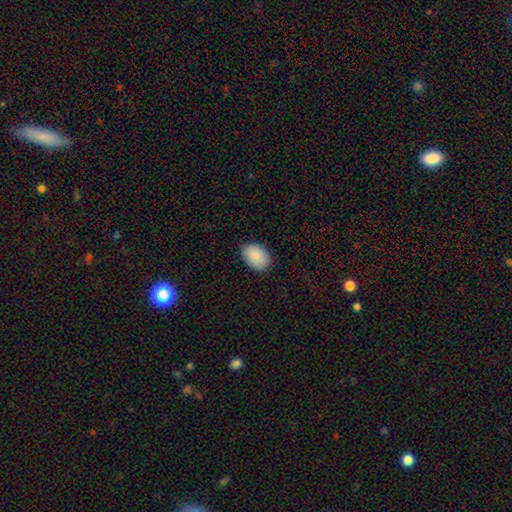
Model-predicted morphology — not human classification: A smooth galaxy with no disk features (90%) that is in between round and cigar-shaped (85%). Merging: none (88%).